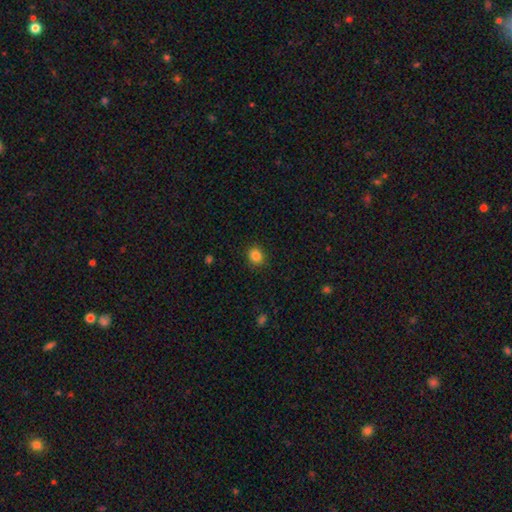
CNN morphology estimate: smooth_or_featured: smooth (p=0.85) [alt: star or artifact p=0.11]
how_rounded: round (p=0.71) [alt: in between p=0.28]
merging: none (p=0.89) [alt: minor disturbance p=0.08]